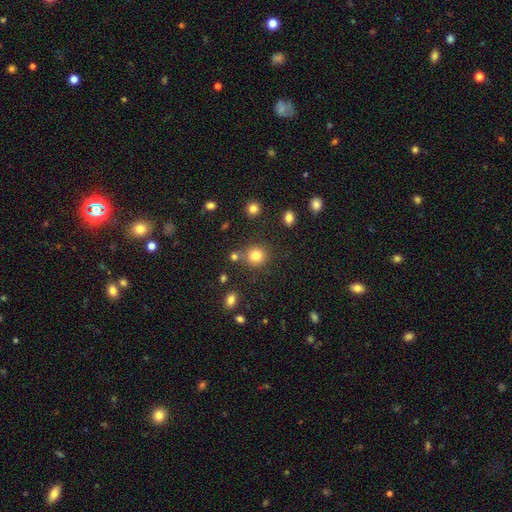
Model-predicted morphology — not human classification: Smooth or featured?
  - smooth: 80% *
  - star or artifact: 13%
  - featured or disk: 7%
How rounded?
  - round: 89% *
  - in between: 10%
  - cigar-shaped: 1%
Merging?
  - none: 76% *
  - merger: 11%
  - minor disturbance: 9%
  - major disturbance: 4%